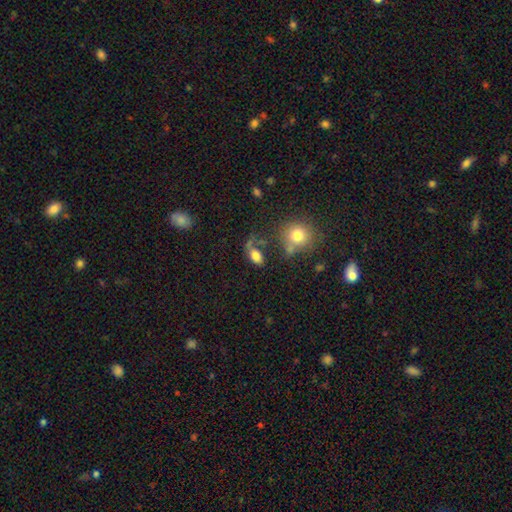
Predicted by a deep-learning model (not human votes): This is likely a smooth galaxy (76%). How rounded: clearly in between (83%). Merging: marginally none (43%).